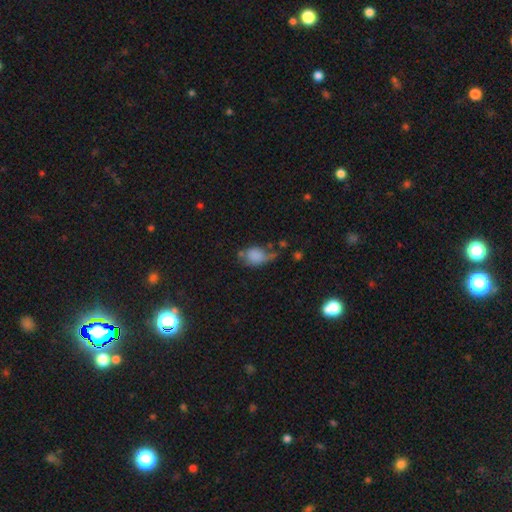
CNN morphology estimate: smooth 76%, featured or disk 13%, star or artifact 10%. Down the decision tree: how rounded — in between (59%); merging — minor disturbance (31%, tied with none).